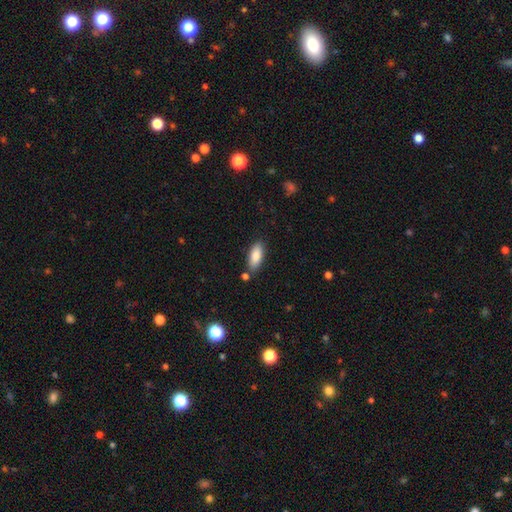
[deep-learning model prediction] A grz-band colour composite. It shows a smooth galaxy with no disk features (85%) that is in between round and cigar-shaped (79%). Merging: none (80%).